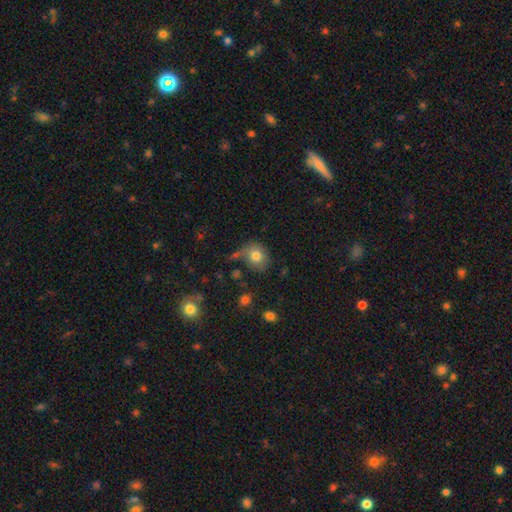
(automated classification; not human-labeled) Smooth or featured? smooth (78%)
How rounded? round (71%)
Merging? none (54%)